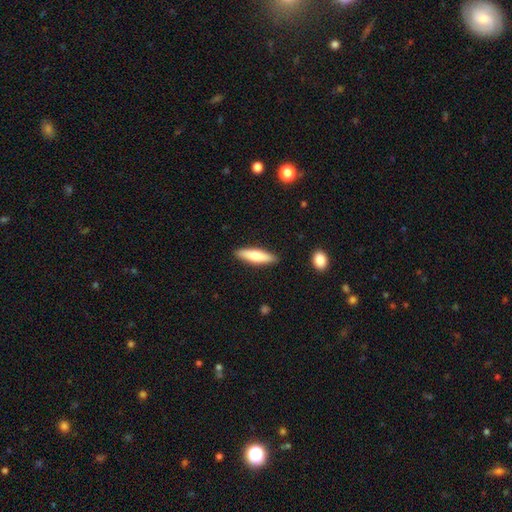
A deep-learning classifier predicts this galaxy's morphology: Smooth or featured?
  - smooth: 72% *
  - featured or disk: 23%
  - star or artifact: 5%
How rounded?
  - cigar-shaped: 68% *
  - in between: 30%
  - round: 2%
Merging?
  - none: 89% *
  - minor disturbance: 8%
  - major disturbance: 2%
  - merger: 1%